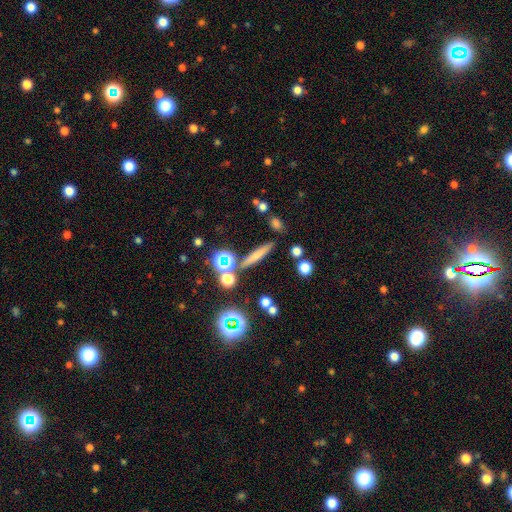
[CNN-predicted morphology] A smooth galaxy with no disk features (60%) that is cigar-shaped (84%). Merging: none (80%).